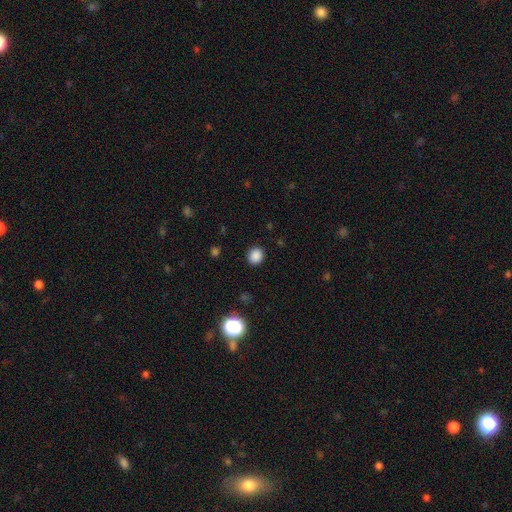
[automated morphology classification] Smooth or featured: smooth — 86% (star or artifact — 11%)
How rounded: round — 78% (in between — 21%)
Merging: none — 89% (minor disturbance — 7%)